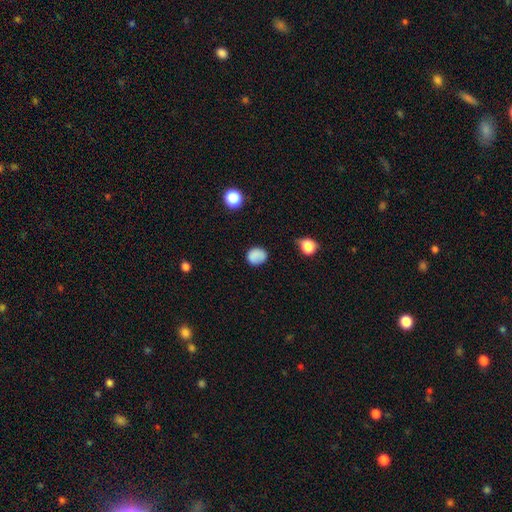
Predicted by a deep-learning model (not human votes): smooth 82%, star or artifact 11%, featured or disk 7%. Down the decision tree: how rounded — round (69%); merging — none (73%).